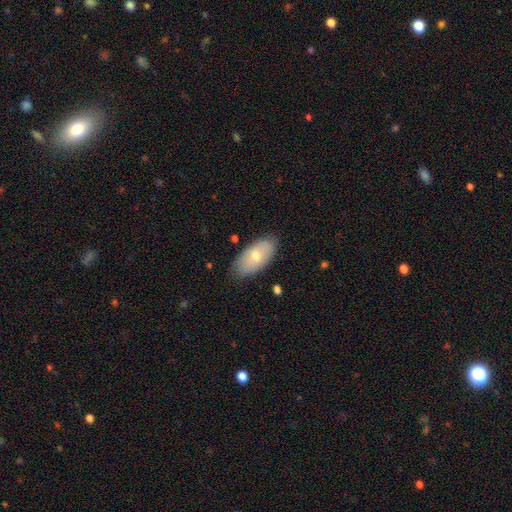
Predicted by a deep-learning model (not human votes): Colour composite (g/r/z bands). It shows a smooth galaxy with no disk features (65%) that is in between round and cigar-shaped (92%). Merging: none (83%).